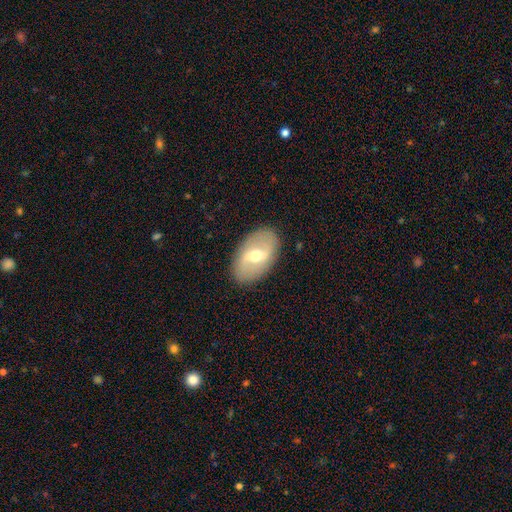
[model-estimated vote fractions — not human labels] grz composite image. It shows a featured or disk galaxy (61%) with a weak bar (48%), spiral arms (50%, tied with no) and a moderate central bulge (67%). Merging: none (87%).